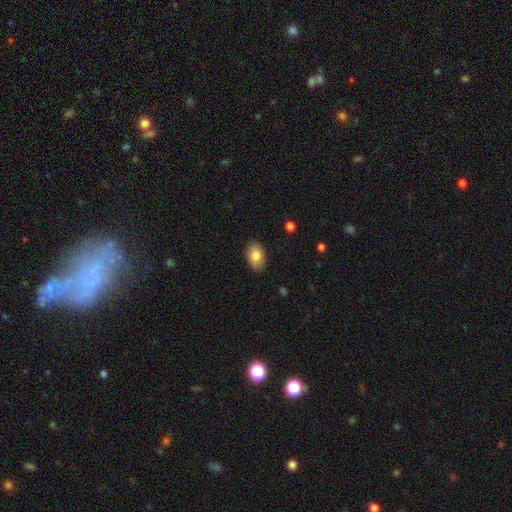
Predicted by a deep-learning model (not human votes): A smooth galaxy with no disk features (84%) that is in between round and cigar-shaped (92%). Merging: none (87%).